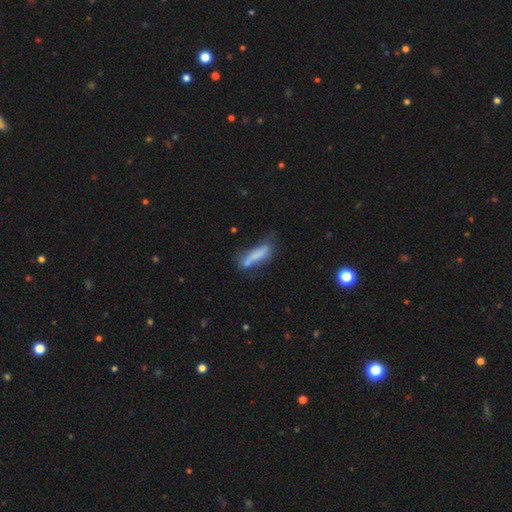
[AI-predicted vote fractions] The model was most divided on "merging": none: 47%, minor disturbance: 27%, major disturbance: 15%, merger: 11%. More confident: smooth or featured — smooth (69%); how rounded — cigar-shaped (67%).